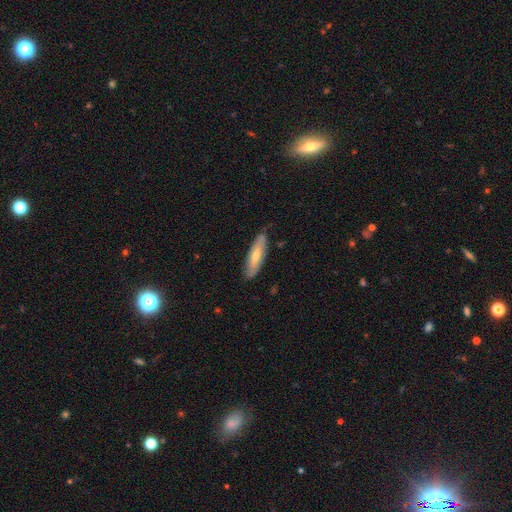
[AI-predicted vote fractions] The model was most divided on "smooth or featured": smooth: 56%, featured or disk: 38%, star or artifact: 7%. More confident: merging — none (81%); how rounded — cigar-shaped (63%).